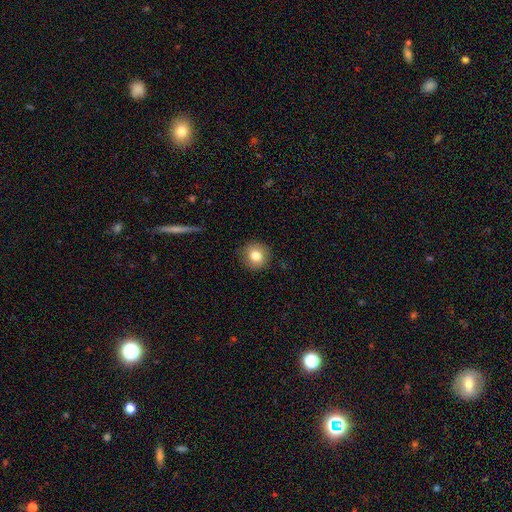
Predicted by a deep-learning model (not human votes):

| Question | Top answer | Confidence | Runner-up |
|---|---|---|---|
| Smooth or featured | smooth | 82% | star or artifact (9%) |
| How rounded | round | 91% | in between (8%) |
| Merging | none | 89% | minor disturbance (8%) |